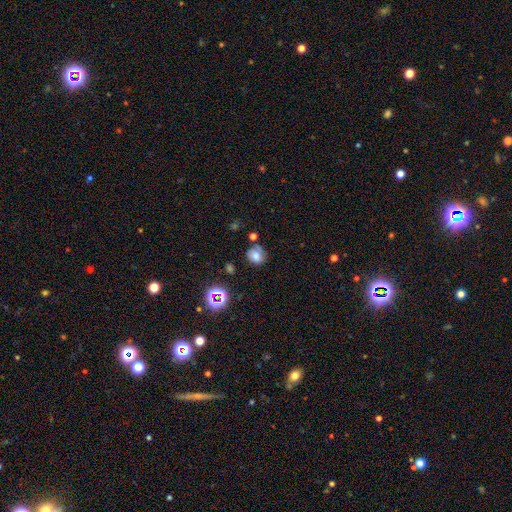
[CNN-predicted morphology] Smooth or featured?
  - smooth: 69% *
  - star or artifact: 16%
  - featured or disk: 15%
How rounded?
  - round: 81% *
  - in between: 18%
  - cigar-shaped: 1%
Merging?
  - none: 64% *
  - minor disturbance: 20%
  - merger: 9%
  - major disturbance: 7%